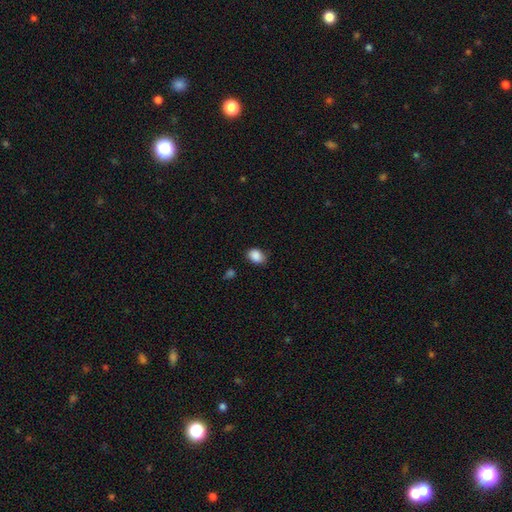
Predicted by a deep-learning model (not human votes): Smooth or featured: smooth — 88% (star or artifact — 9%)
How rounded: in between — 71% (round — 27%)
Merging: none — 76% (minor disturbance — 19%)